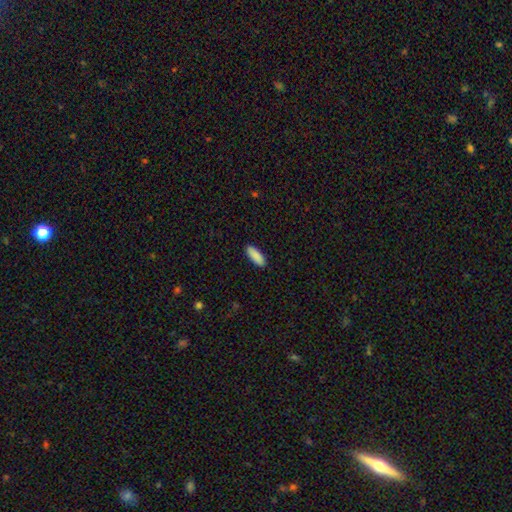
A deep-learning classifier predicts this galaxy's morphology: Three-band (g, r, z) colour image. It shows a smooth galaxy with no disk features (90%) that is in between round and cigar-shaped (64%). Merging: none (90%).